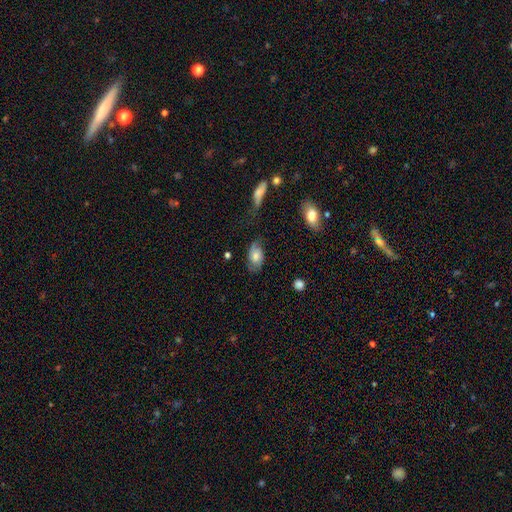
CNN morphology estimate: This appears to be a smooth galaxy with no disk features (51%) that is in between round and cigar-shaped (86%). Merging: none (58%).